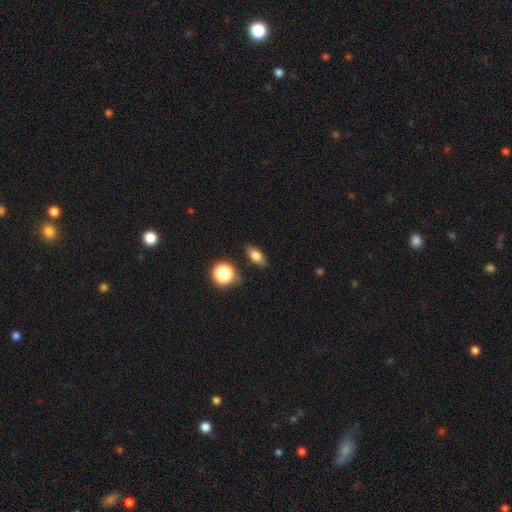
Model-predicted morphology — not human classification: This is likely a smooth galaxy (76%). How rounded: likely in between (78%). Merging: clearly none (84%).